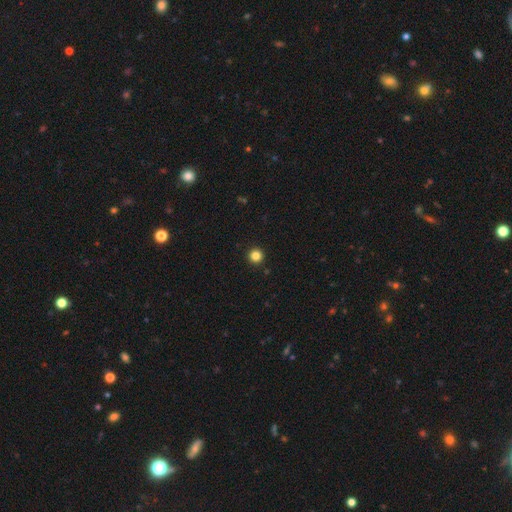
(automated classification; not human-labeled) This is clearly a smooth galaxy (84%). How rounded: clearly round (97%). Merging: clearly none (94%).